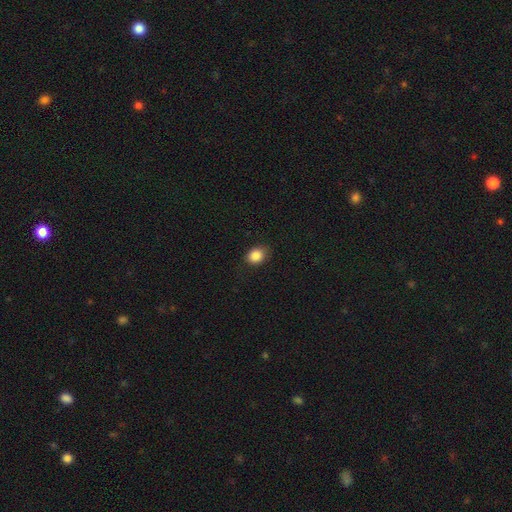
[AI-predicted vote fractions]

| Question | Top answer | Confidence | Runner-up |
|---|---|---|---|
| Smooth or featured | smooth | 86% | star or artifact (9%) |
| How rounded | round | 50% | in between (49%) |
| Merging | none | 84% | minor disturbance (12%) |